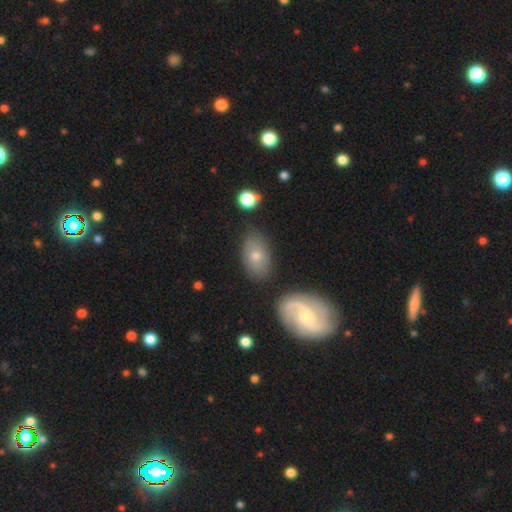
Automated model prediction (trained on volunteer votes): Smooth or featured? smooth (56%)
How rounded? in between (87%)
Merging? none (78%)